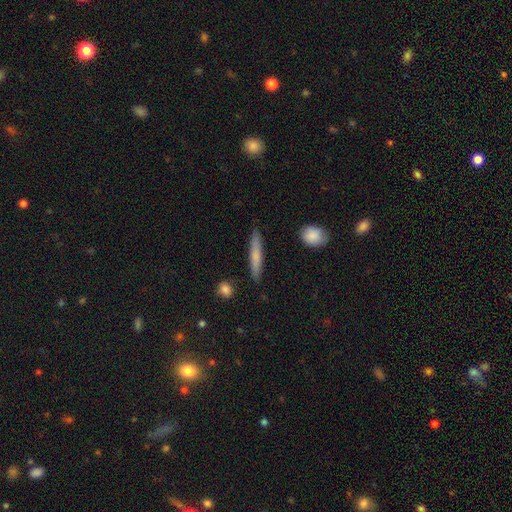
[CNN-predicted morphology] Overall: smooth (70%). How rounded: cigar-shaped (92%). Merging: none (88%).